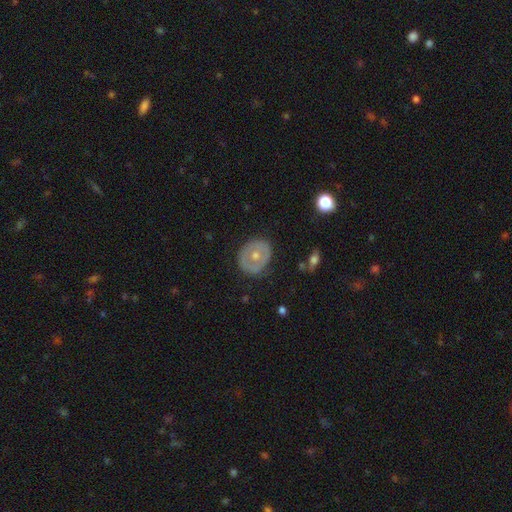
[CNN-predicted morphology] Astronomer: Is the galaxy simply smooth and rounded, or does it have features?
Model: featured or disk — 50% (runner-up: smooth, 43%).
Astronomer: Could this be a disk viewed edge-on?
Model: no — 94%.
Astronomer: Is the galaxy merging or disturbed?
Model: none — 82%.